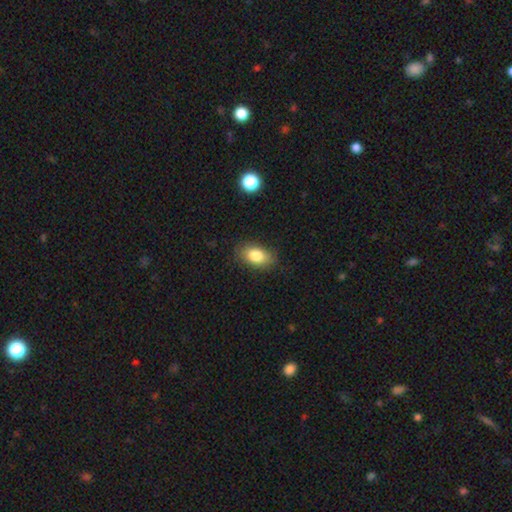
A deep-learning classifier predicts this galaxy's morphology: This is clearly a smooth galaxy (82%). How rounded: clearly in between (89%). Merging: clearly none (84%).